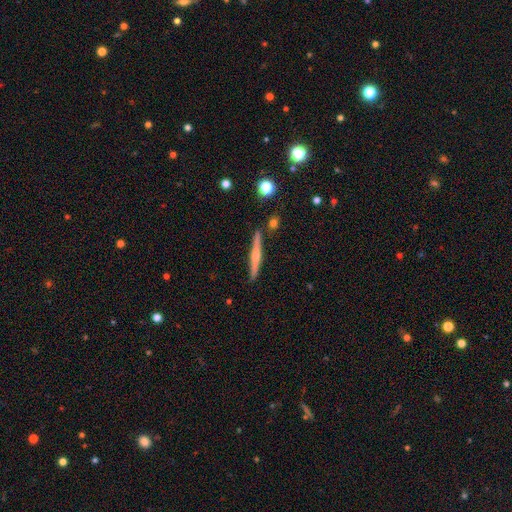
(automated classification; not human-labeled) The model was most divided on "smooth or featured": featured or disk: 60%, smooth: 33%, star or artifact: 6%. More confident: edge-on disk — yes (98%); merging — none (87%); edge-on bulge — rounded (70%).